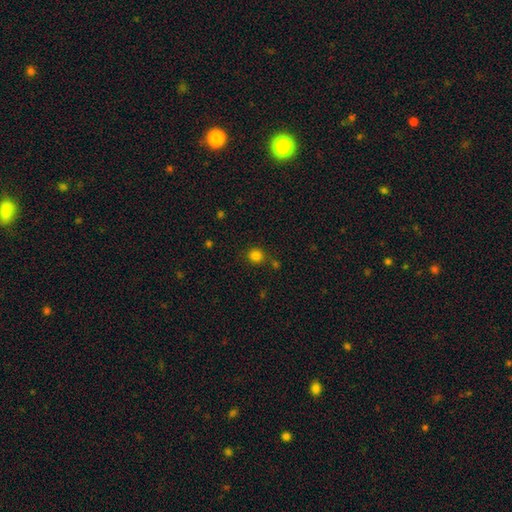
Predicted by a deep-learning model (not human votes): smooth 82%, star or artifact 14%, featured or disk 4%. Down the decision tree: how rounded — round (90%); merging — none (78%).